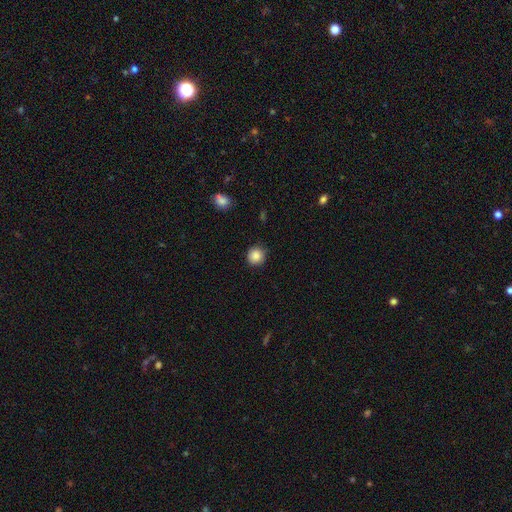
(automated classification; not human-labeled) smooth 87%, star or artifact 10%, featured or disk 4%. Down the decision tree: how rounded — round (93%); merging — none (86%).